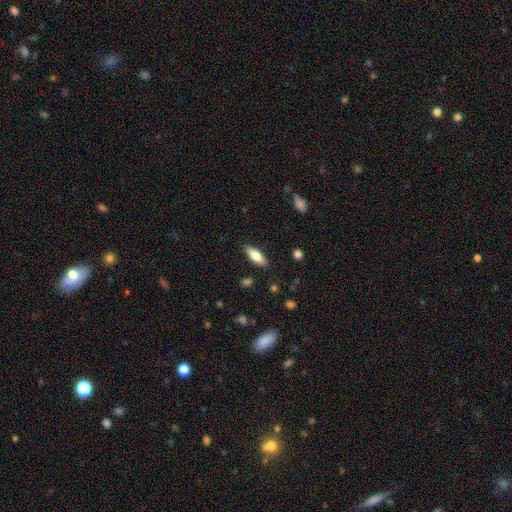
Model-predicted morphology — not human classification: smooth 77%, featured or disk 17%, star or artifact 6%. Down the decision tree: how rounded — in between (70%); merging — none (86%).